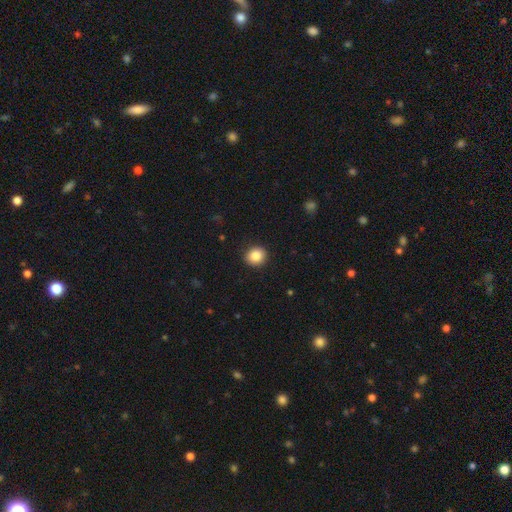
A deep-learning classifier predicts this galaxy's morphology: Smooth or featured?
  - smooth: 87% *
  - star or artifact: 9%
  - featured or disk: 4%
How rounded?
  - round: 84% *
  - in between: 15%
  - cigar-shaped: 1%
Merging?
  - none: 91% *
  - minor disturbance: 6%
  - major disturbance: 2%
  - merger: 1%